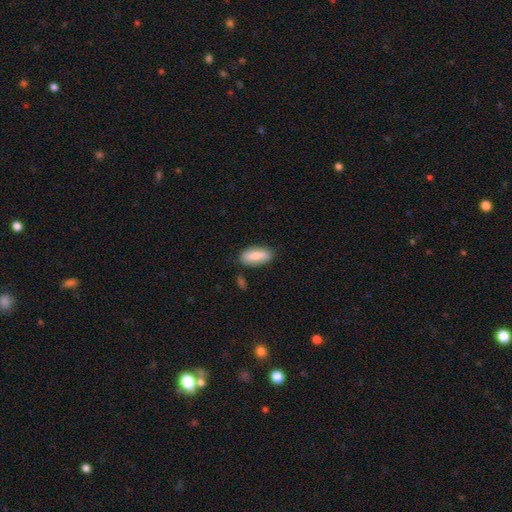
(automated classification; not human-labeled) A smooth galaxy with no disk features (85%) that is in between round and cigar-shaped (79%).

Vote fractions:
- Smooth or featured? smooth: 85% / featured or disk: 9% / star or artifact: 6%
- How rounded? in between: 79% / cigar-shaped: 19% / round: 2%
- Merging? none: 81% / minor disturbance: 13% / merger: 3% / major disturbance: 3%